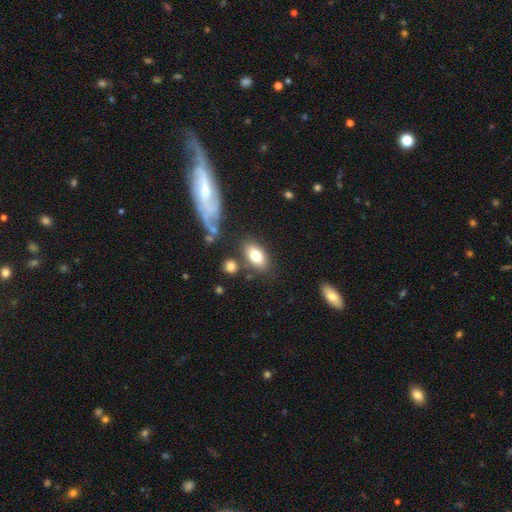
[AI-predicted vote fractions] smooth_or_featured: smooth (p=0.76) [alt: featured or disk p=0.15]
how_rounded: in between (p=0.88) [alt: round p=0.08]
merging: none (p=0.71) [alt: minor disturbance p=0.14]